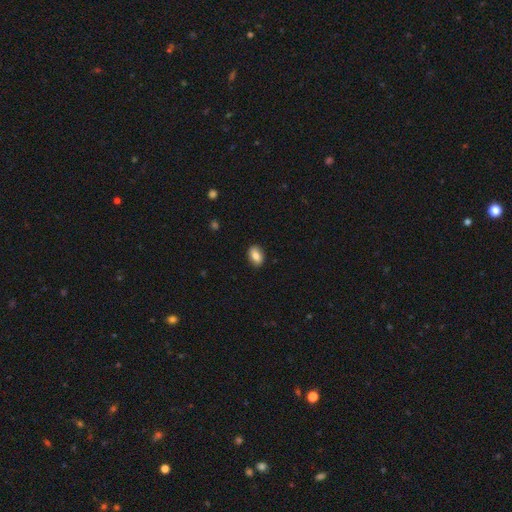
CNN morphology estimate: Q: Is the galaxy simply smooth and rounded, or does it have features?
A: smooth — 80%.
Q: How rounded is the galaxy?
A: in between — 84%.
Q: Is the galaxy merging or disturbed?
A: none — 89%.